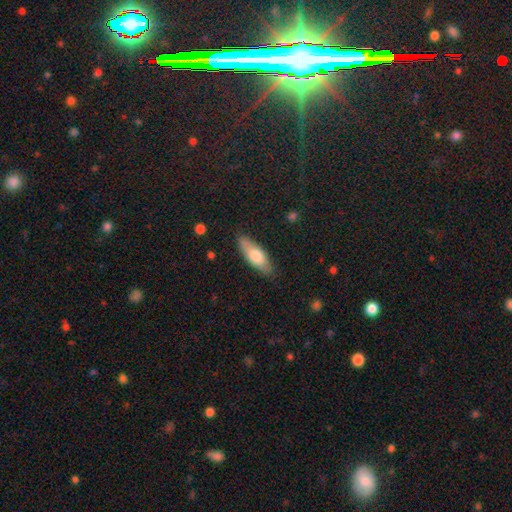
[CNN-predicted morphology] A smooth galaxy with no disk features (70%) that is in between round and cigar-shaped (68%). Merging: none (83%).